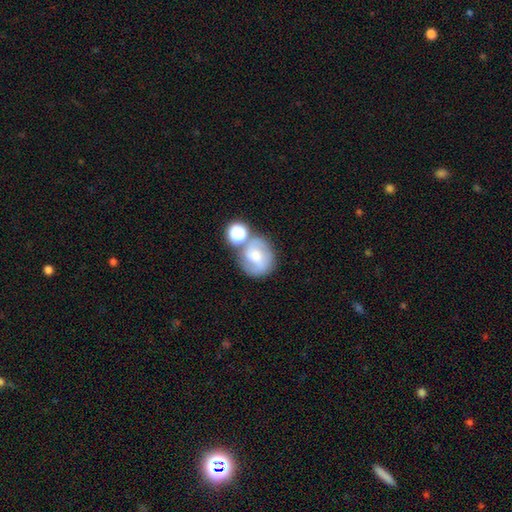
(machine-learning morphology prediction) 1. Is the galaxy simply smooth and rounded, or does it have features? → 47% featured or disk, 42% smooth, 11% star or artifact.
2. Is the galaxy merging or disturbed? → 50% none, 26% merger, 16% minor disturbance, 8% major disturbance.